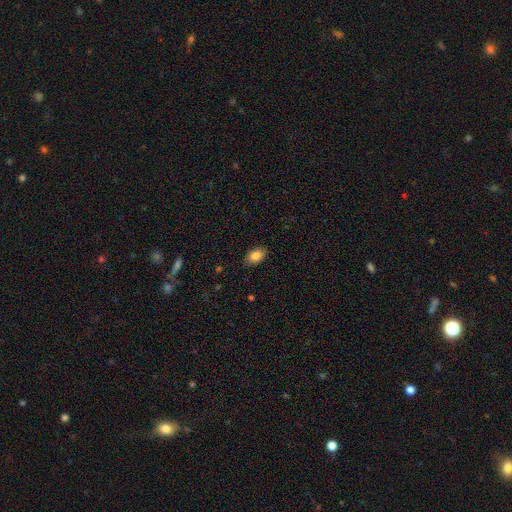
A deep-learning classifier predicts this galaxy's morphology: Smooth or featured?
  - smooth: 85% *
  - star or artifact: 8%
  - featured or disk: 8%
How rounded?
  - in between: 88% *
  - round: 10%
  - cigar-shaped: 2%
Merging?
  - none: 84% *
  - minor disturbance: 13%
  - major disturbance: 3%
  - merger: 1%